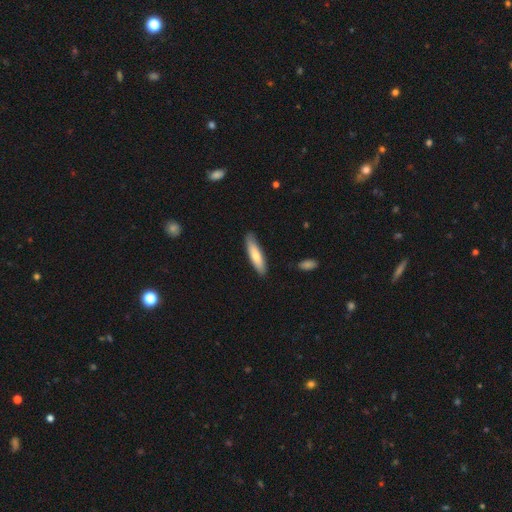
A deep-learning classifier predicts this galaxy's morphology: The model was most divided on "smooth or featured": smooth: 71%, featured or disk: 24%, star or artifact: 5%. More confident: merging — none (84%); how rounded — cigar-shaped (75%).